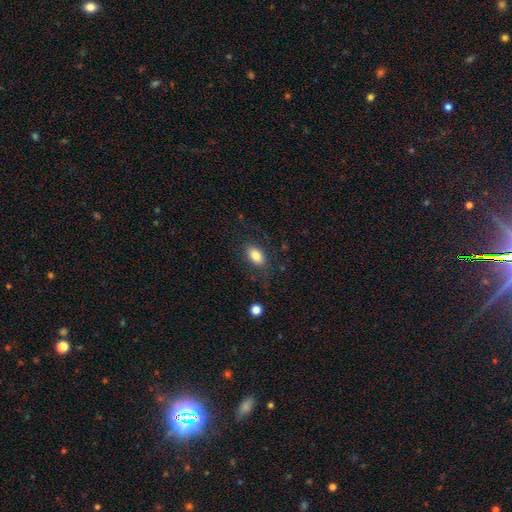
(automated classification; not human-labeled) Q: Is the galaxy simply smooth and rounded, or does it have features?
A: smooth — 84%.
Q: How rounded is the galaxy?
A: in between — 90%.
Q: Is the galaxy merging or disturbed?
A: none — 80%.